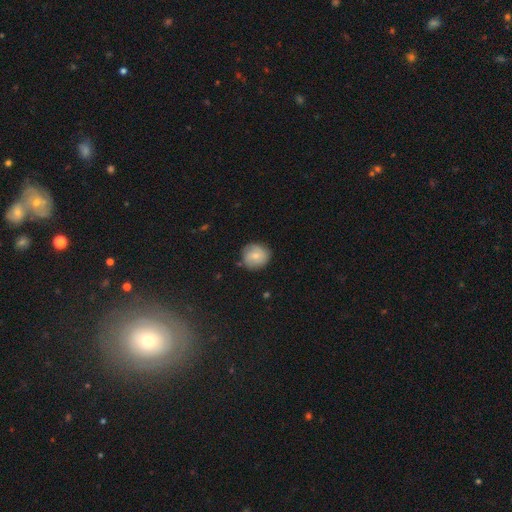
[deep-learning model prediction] This is likely a smooth galaxy (72%). How rounded: clearly round (88%). Merging: likely none (78%).